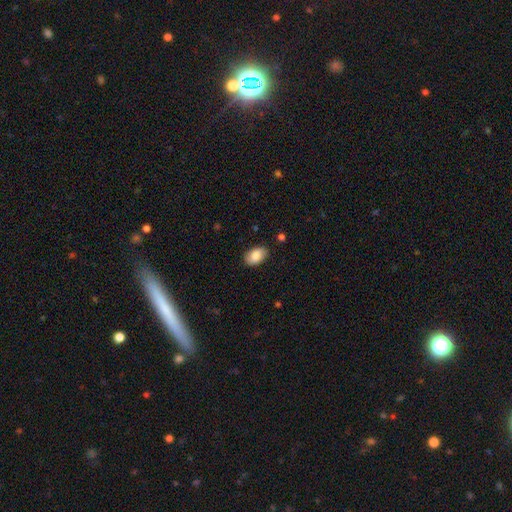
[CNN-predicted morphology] This is clearly a smooth galaxy (85%). How rounded: clearly in between (91%). Merging: clearly none (86%).